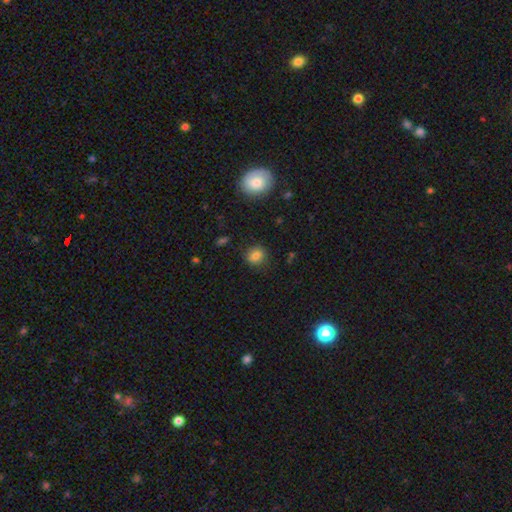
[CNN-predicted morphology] smooth-or-featured: smooth: 82% | star or artifact: 12% | featured or disk: 6%
  how-rounded: round: 70% | in between: 29% | cigar-shaped: 1%
  merging: none: 85% | minor disturbance: 11% | major disturbance: 3% | merger: 1%